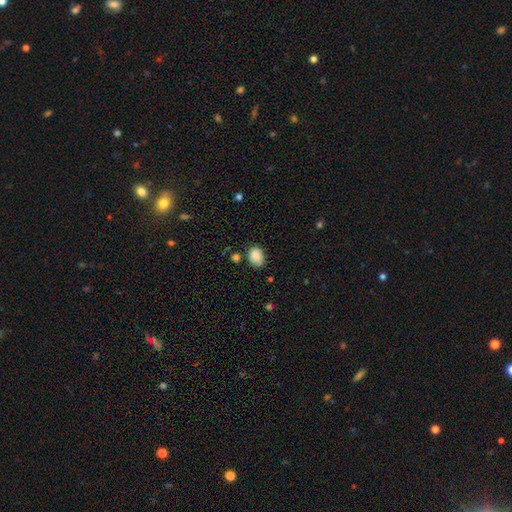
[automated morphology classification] Smooth or featured? smooth (87%)
How rounded? in between (64%)
Merging? none (69%)